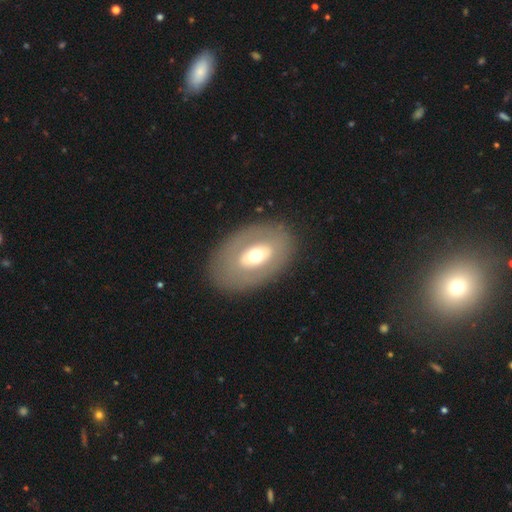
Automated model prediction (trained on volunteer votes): Smooth or featured? featured or disk (49%)
Merging? none (82%)